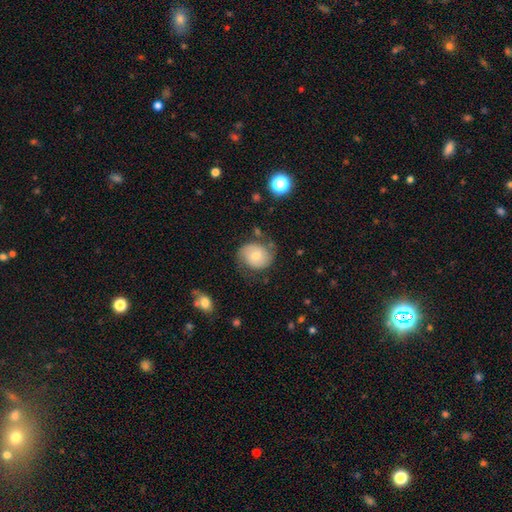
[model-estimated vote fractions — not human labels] smooth-or-featured: smooth: 53% | featured or disk: 39% | star or artifact: 8%
  how-rounded: round: 64% | in between: 35% | cigar-shaped: 1%
  merging: none: 64% | minor disturbance: 23% | major disturbance: 10% | merger: 3%